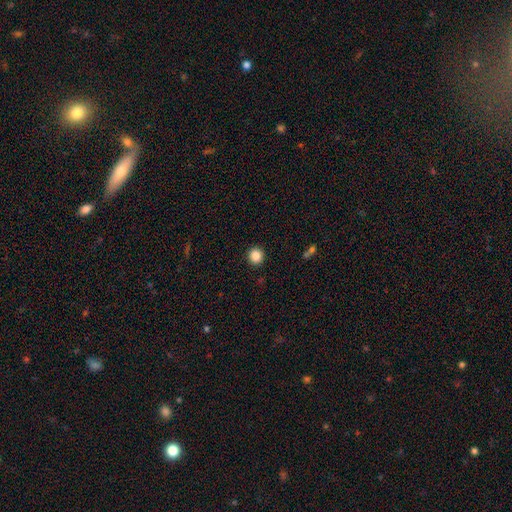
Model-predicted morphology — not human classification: Smooth or featured: smooth — 86% (star or artifact — 10%)
How rounded: round — 93% (in between — 6%)
Merging: none — 92% (minor disturbance — 5%)